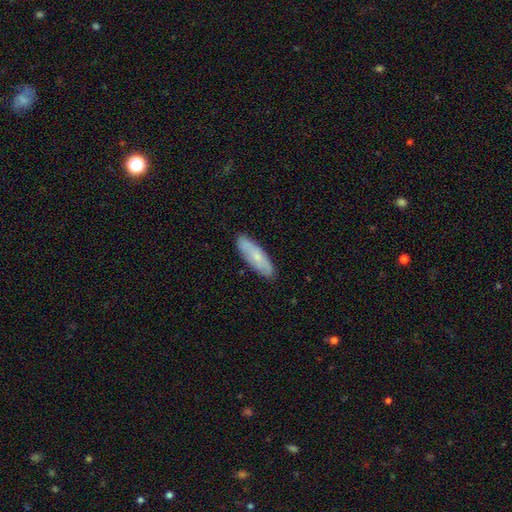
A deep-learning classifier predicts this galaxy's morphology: smooth-or-featured: smooth: 65% | featured or disk: 29% | star or artifact: 6%
  how-rounded: cigar-shaped: 52% | in between: 46% | round: 2%
  merging: none: 87% | minor disturbance: 10% | major disturbance: 2% | merger: 1%